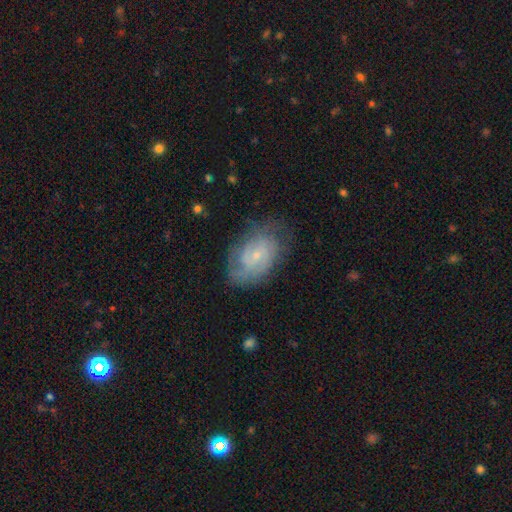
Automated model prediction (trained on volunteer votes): Smooth or featured? featured or disk (71%)
Edge-on disk? no (96%)
Bar? no (61%)
Spiral arms? yes (90%)
Spiral winding? tight (53%)
Spiral arm count? can't tell (40%)
Bulge size? small (76%)
Merging? none (70%)